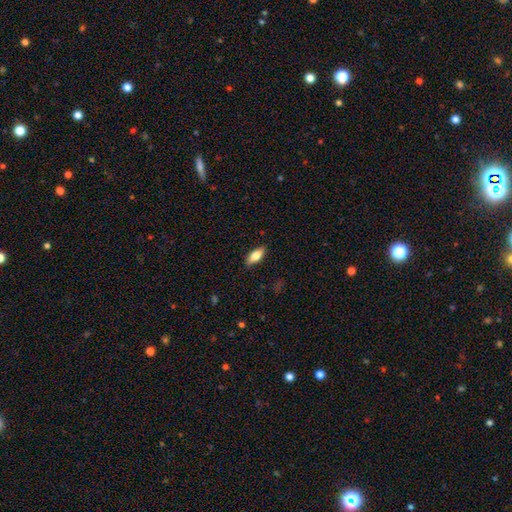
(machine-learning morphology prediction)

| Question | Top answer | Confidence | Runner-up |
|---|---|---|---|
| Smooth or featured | smooth | 73% | featured or disk (21%) |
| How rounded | in between | 75% | cigar-shaped (22%) |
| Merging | none | 87% | minor disturbance (10%) |